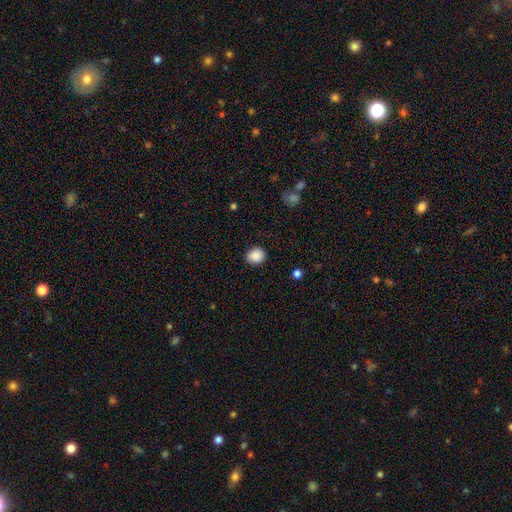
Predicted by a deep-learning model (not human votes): The model was most divided on "how rounded": round: 72%, in between: 27%, cigar-shaped: 1%. More confident: smooth or featured — smooth (88%); merging — none (88%).